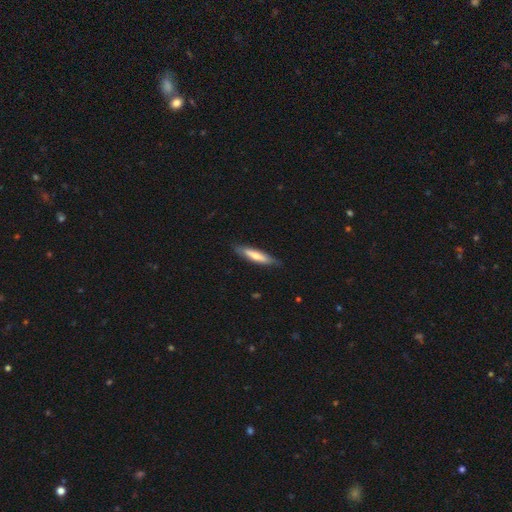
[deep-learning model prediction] Smooth or featured: smooth — 64% (featured or disk — 31%)
How rounded: cigar-shaped — 81% (in between — 18%)
Merging: none — 82% (minor disturbance — 14%)